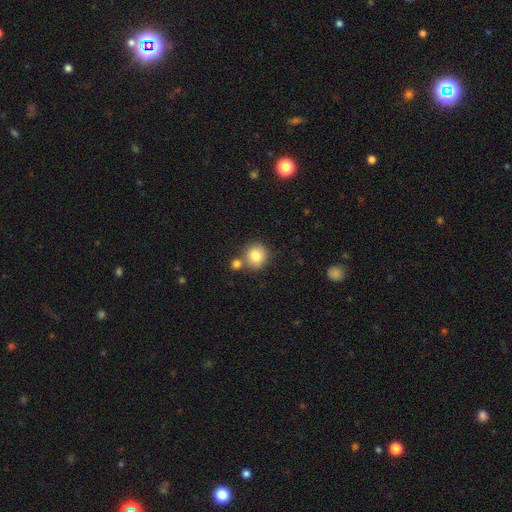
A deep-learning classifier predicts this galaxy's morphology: smooth_or_featured: smooth (p=0.82) [alt: star or artifact p=0.09]
how_rounded: round (p=0.87) [alt: in between p=0.12]
merging: none (p=0.65) [alt: merger p=0.22]